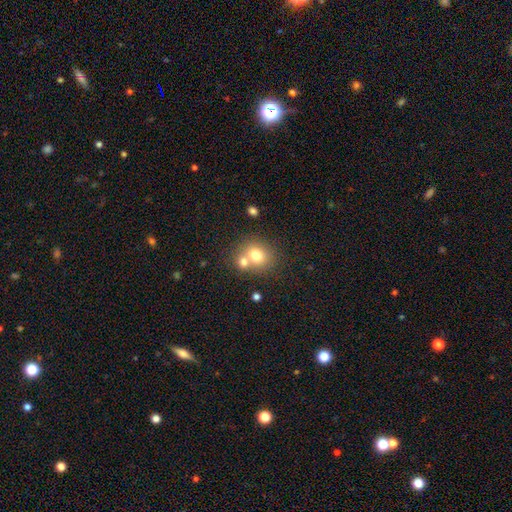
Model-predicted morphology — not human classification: smooth_or_featured: smooth (p=0.74) [alt: featured or disk p=0.15]
how_rounded: round (p=0.71) [alt: in between p=0.29]
merging: merger (p=0.45) [alt: none p=0.44]